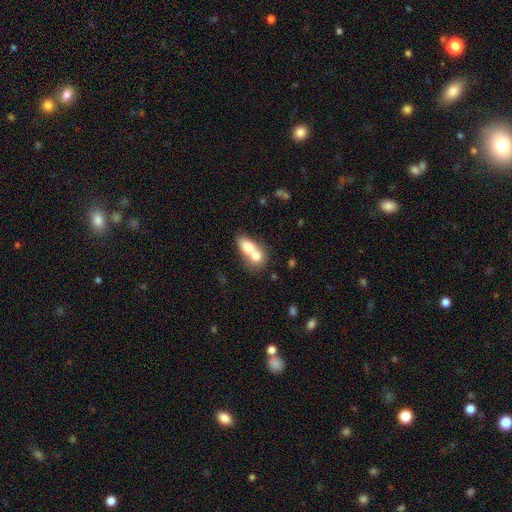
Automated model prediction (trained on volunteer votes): Smooth or featured?
  - smooth: 68% *
  - featured or disk: 24%
  - star or artifact: 8%
How rounded?
  - in between: 68% *
  - round: 26%
  - cigar-shaped: 6%
Merging?
  - merger: 74% *
  - none: 17%
  - minor disturbance: 6%
  - major disturbance: 4%